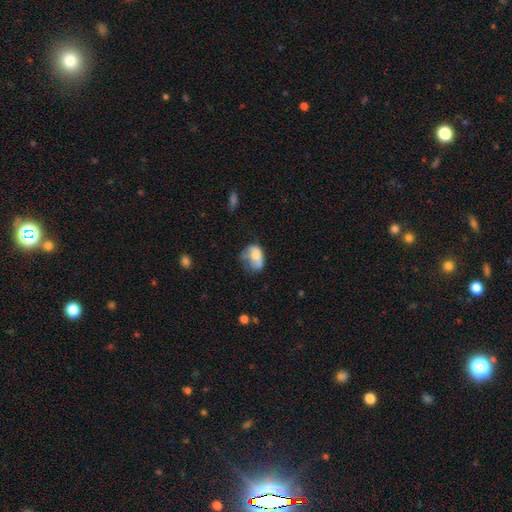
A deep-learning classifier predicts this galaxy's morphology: Overall: smooth (69%). How rounded: in between (80%). Merging: minor disturbance (34%; major disturbance 31%).